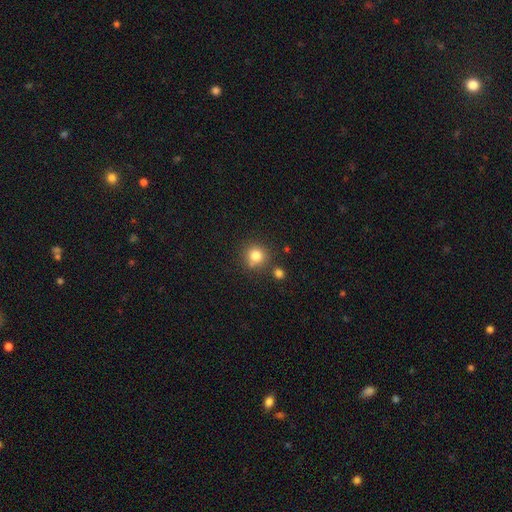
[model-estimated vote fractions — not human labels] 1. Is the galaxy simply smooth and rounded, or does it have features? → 81% smooth, 12% star or artifact, 7% featured or disk.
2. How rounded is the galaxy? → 90% round, 9% in between, 1% cigar-shaped.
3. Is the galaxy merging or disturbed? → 75% none, 11% minor disturbance, 10% merger, 3% major disturbance.